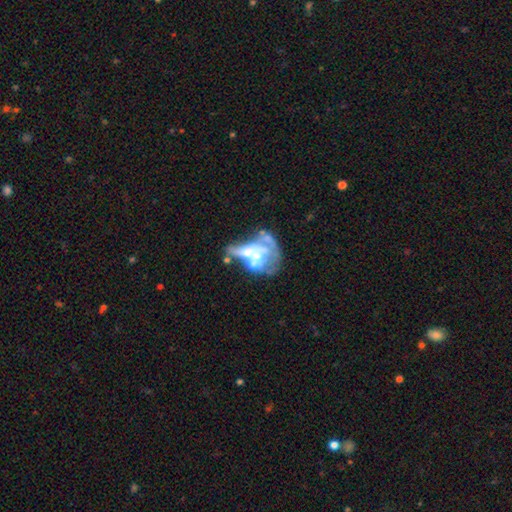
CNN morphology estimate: Smooth or featured? featured or disk (65%)
Edge-on disk? no (96%)
Bar? no (86%)
Spiral arms? no (84%)
Bulge size? none (35%)
Merging? merger (41%)